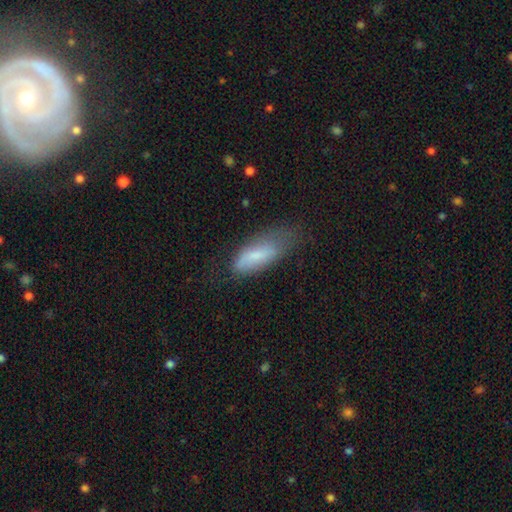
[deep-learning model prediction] Smooth or featured? Predicted: smooth (p=0.72). How rounded? Predicted: in between (p=0.70). Merging? Predicted: none (p=0.42).